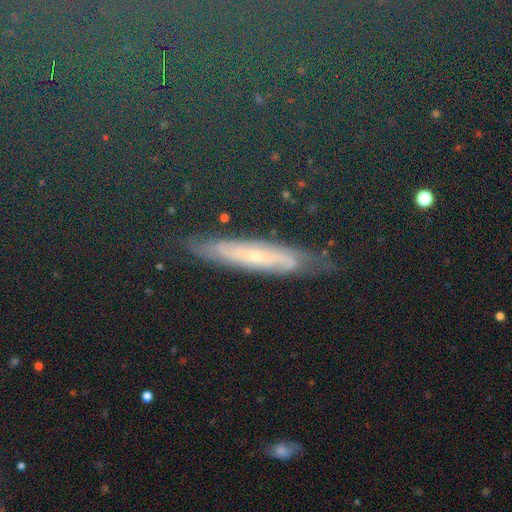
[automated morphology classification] This appears to be a featured or disk galaxy (38%). Merging: none (80%).